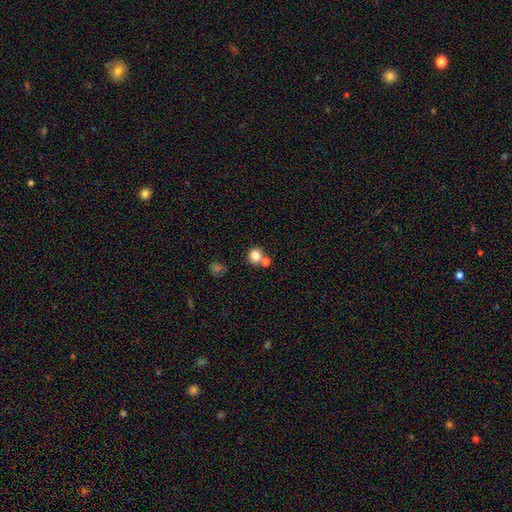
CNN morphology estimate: Smooth or featured?
  - smooth: 82% *
  - star or artifact: 11%
  - featured or disk: 7%
How rounded?
  - round: 78% *
  - in between: 21%
  - cigar-shaped: 1%
Merging?
  - none: 59% *
  - merger: 28%
  - minor disturbance: 9%
  - major disturbance: 3%